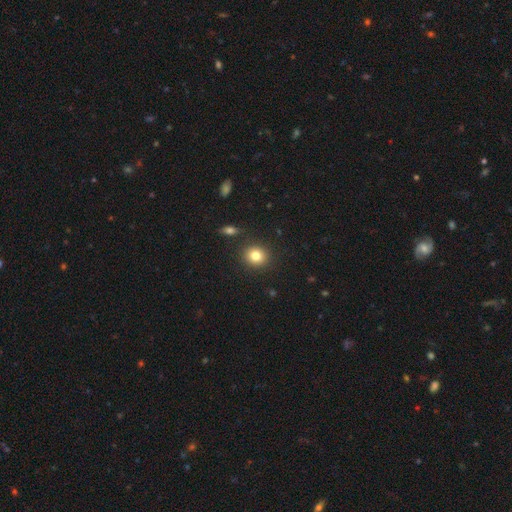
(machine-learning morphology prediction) Smooth or featured: smooth — 81% (star or artifact — 12%)
How rounded: round — 82% (in between — 17%)
Merging: none — 88% (minor disturbance — 7%)